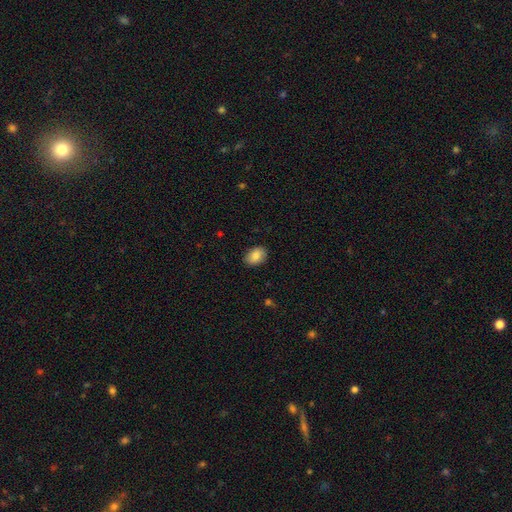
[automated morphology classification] Smooth or featured? Predicted: smooth (p=0.86). How rounded? Predicted: in between (p=0.84). Merging? Predicted: none (p=0.87).